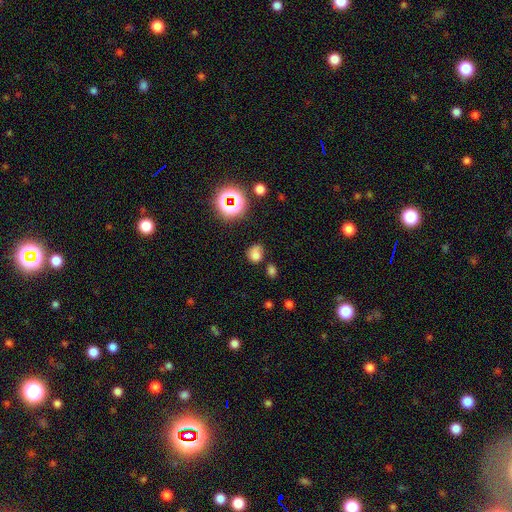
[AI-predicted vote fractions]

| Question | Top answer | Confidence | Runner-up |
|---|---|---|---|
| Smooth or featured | smooth | 71% | star or artifact (19%) |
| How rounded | round | 65% | in between (34%) |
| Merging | none | 55% | minor disturbance (25%) |